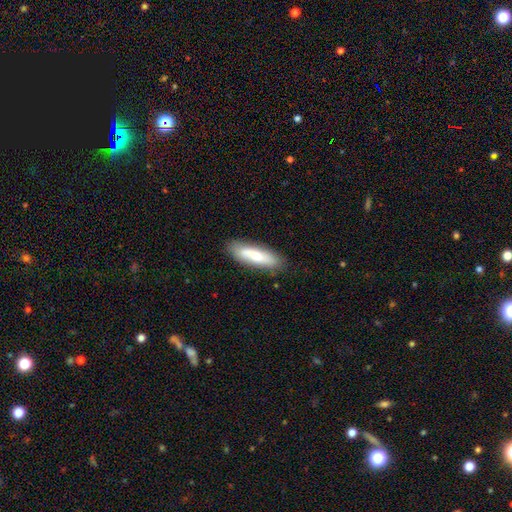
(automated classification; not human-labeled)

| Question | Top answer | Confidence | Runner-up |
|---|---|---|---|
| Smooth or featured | smooth | 62% | featured or disk (32%) |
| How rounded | cigar-shaped | 57% | in between (41%) |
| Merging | none | 84% | minor disturbance (12%) |